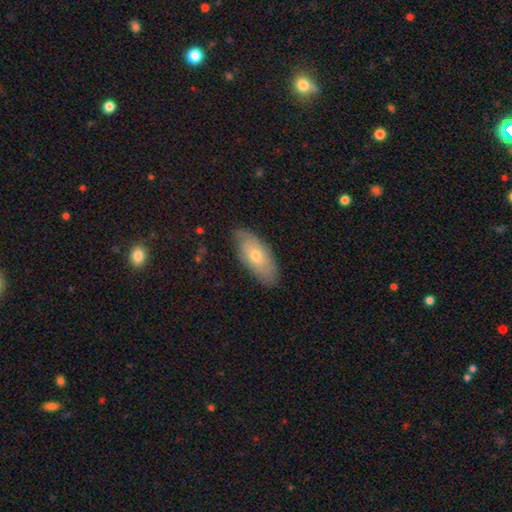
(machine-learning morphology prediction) The model was most divided on "smooth or featured": smooth: 58%, featured or disk: 36%, star or artifact: 6%. More confident: how rounded — in between (87%); merging — none (78%).